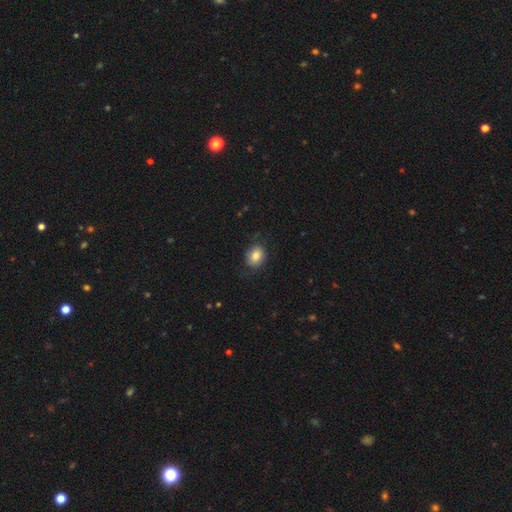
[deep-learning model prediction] A smooth galaxy with no disk features (82%) that is in between round and cigar-shaped (55%). Merging: none (73%).